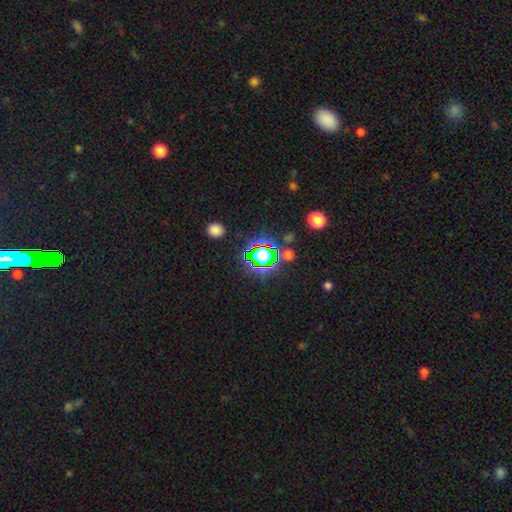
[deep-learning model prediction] This appears to be a star or artifact, not a galaxy (67%).